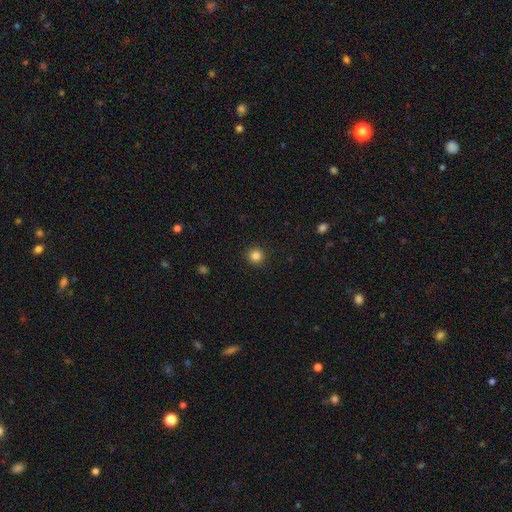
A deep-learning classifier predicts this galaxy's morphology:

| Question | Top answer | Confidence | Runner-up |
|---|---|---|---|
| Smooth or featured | smooth | 84% | star or artifact (12%) |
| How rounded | round | 95% | in between (4%) |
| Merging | none | 93% | minor disturbance (4%) |